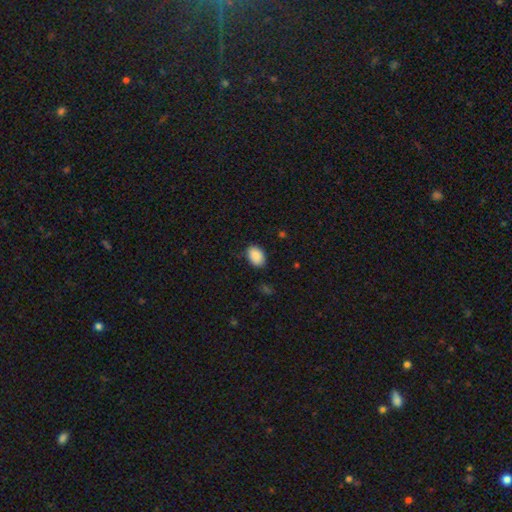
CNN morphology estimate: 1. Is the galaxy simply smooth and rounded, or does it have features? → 90% smooth, 7% star or artifact, 3% featured or disk.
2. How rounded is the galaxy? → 84% in between, 15% round, 1% cigar-shaped.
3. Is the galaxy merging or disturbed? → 83% none, 13% minor disturbance, 3% major disturbance, 1% merger.